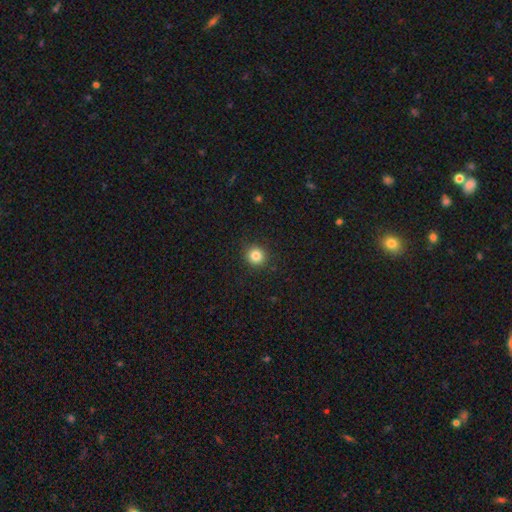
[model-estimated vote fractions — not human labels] Smooth or featured: smooth — 84% (star or artifact — 11%)
How rounded: round — 92% (in between — 7%)
Merging: none — 91% (minor disturbance — 6%)